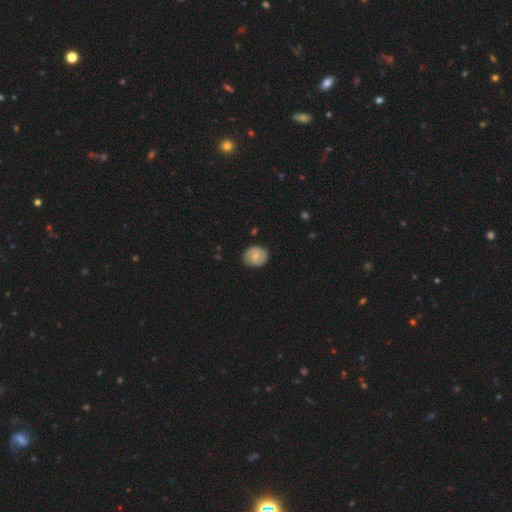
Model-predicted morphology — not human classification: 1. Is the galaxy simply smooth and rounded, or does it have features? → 54% smooth, 39% featured or disk, 7% star or artifact.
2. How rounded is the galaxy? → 71% round, 28% in between, 1% cigar-shaped.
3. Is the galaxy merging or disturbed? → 80% none, 16% minor disturbance, 3% major disturbance, 1% merger.